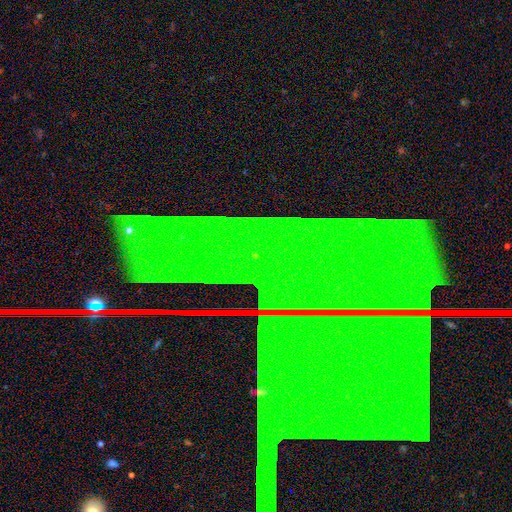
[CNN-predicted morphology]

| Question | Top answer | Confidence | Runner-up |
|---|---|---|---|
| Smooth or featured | star or artifact | 84% | featured or disk (9%) |